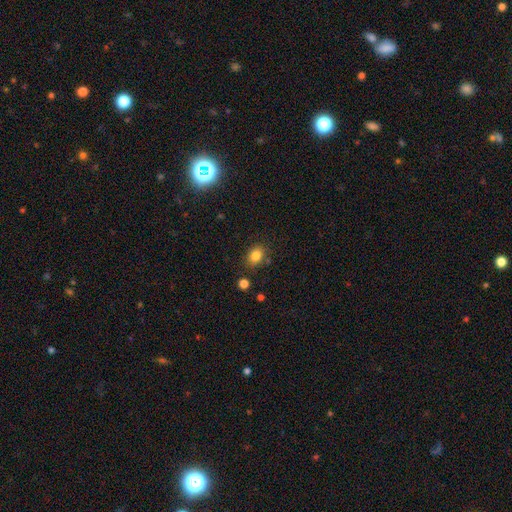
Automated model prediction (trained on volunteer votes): smooth-or-featured: smooth: 83% | star or artifact: 11% | featured or disk: 7%
  how-rounded: in between: 56% | round: 43% | cigar-shaped: 1%
  merging: none: 80% | minor disturbance: 12% | merger: 4% | major disturbance: 3%